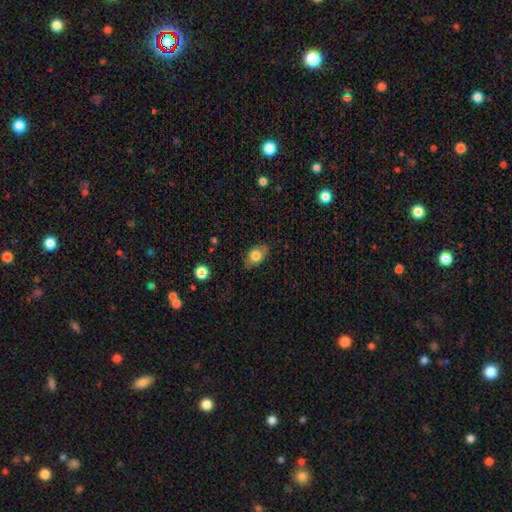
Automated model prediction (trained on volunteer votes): A smooth galaxy with no disk features (78%) that is in between round and cigar-shaped (76%).

Vote fractions:
- Smooth or featured? smooth: 78% / featured or disk: 14% / star or artifact: 8%
- How rounded? in between: 76% / round: 22% / cigar-shaped: 2%
- Merging? none: 80% / minor disturbance: 16% / major disturbance: 4% / merger: 1%